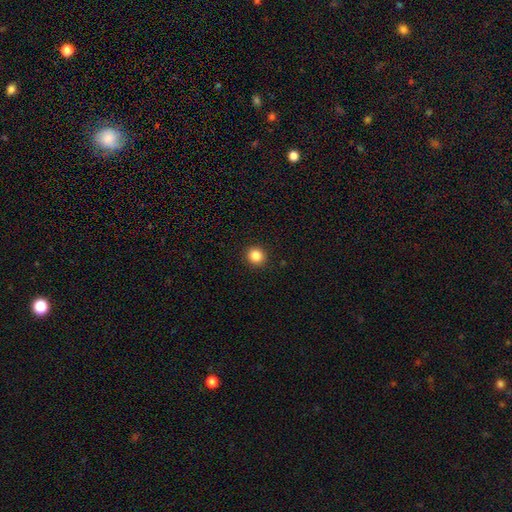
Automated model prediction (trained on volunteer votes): A smooth galaxy with no disk features (85%) that is round (89%). Merging: none (92%).